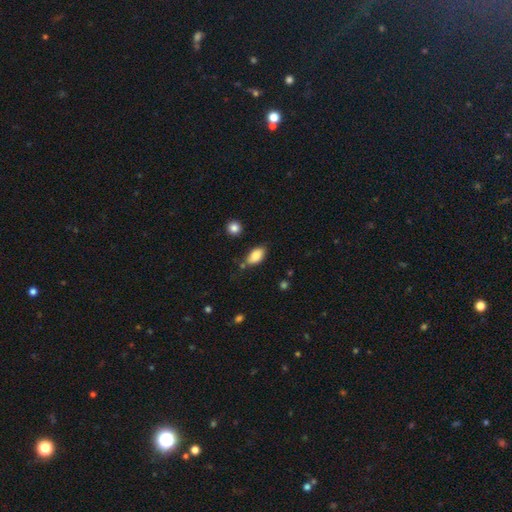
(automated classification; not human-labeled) This is clearly a smooth galaxy (84%). How rounded: clearly in between (91%). Merging: likely none (72%).